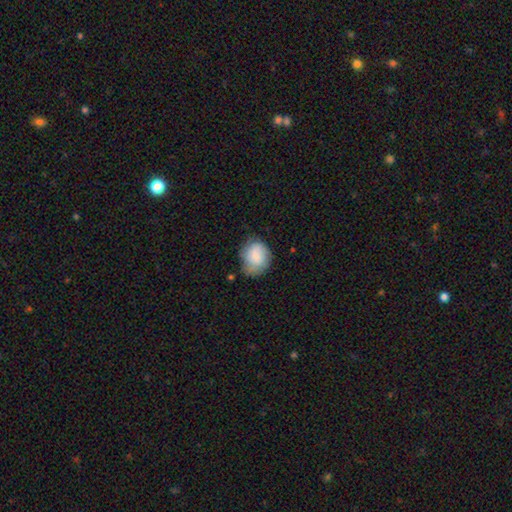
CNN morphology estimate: A smooth galaxy with no disk features (78%) that is round (59%).

Vote fractions:
- Smooth or featured? smooth: 78% / featured or disk: 14% / star or artifact: 7%
- How rounded? round: 59% / in between: 40% / cigar-shaped: 1%
- Merging? none: 61% / minor disturbance: 29% / major disturbance: 8% / merger: 2%